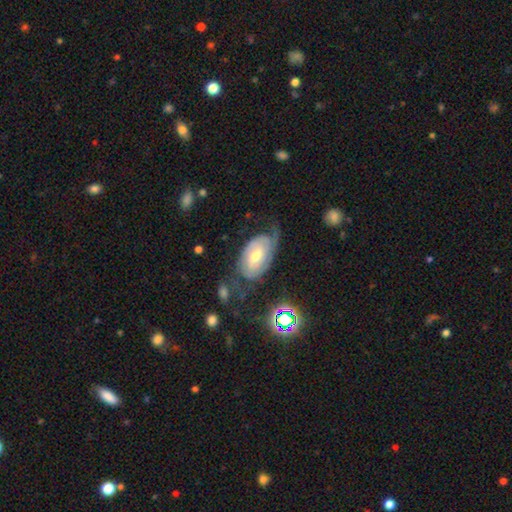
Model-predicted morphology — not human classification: The model was most divided on "bar": weak: 44%, no: 43%, strong: 13%. More confident: edge-on disk — no (94%); spiral arms — yes (91%); smooth or featured — featured or disk (74%); bulge size — moderate (67%); spiral arm count — 2 (55%); spiral winding — tight (52%); merging — none (52%).